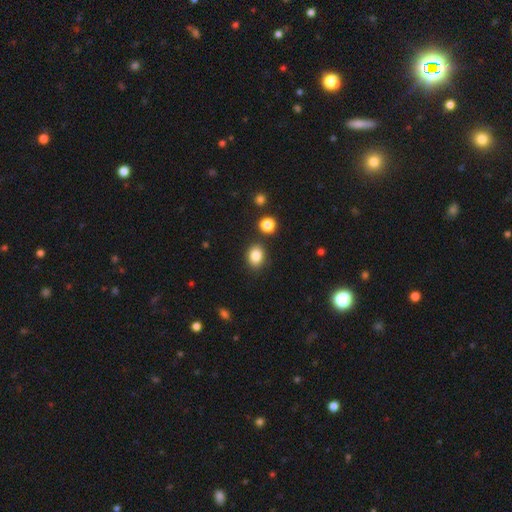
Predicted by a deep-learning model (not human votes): Smooth or featured?
  - smooth: 84% *
  - star or artifact: 10%
  - featured or disk: 6%
How rounded?
  - in between: 55% *
  - round: 44%
  - cigar-shaped: 1%
Merging?
  - none: 83% *
  - minor disturbance: 9%
  - merger: 5%
  - major disturbance: 3%